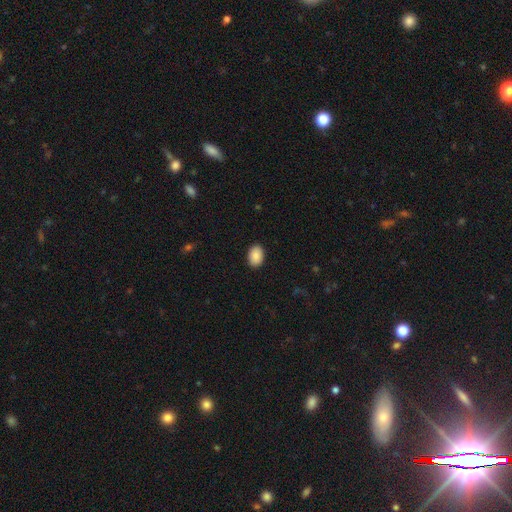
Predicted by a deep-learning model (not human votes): Smooth or featured?
  - smooth: 89% *
  - star or artifact: 7%
  - featured or disk: 4%
How rounded?
  - in between: 83% *
  - round: 16%
  - cigar-shaped: 1%
Merging?
  - none: 91% *
  - minor disturbance: 7%
  - major disturbance: 2%
  - merger: 1%